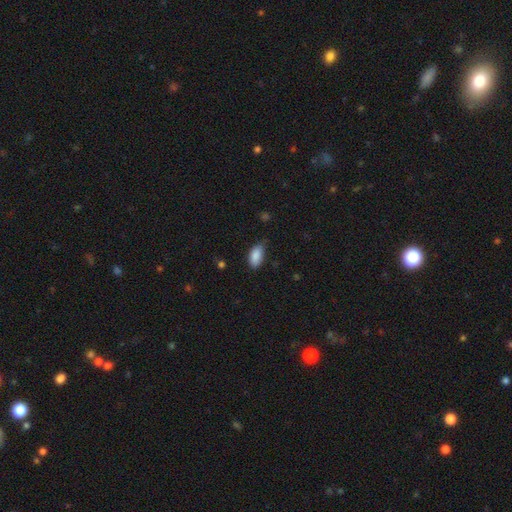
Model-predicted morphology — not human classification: Smooth or featured? Predicted: smooth (p=0.88). How rounded? Predicted: in between (p=0.93). Merging? Predicted: none (p=0.63).